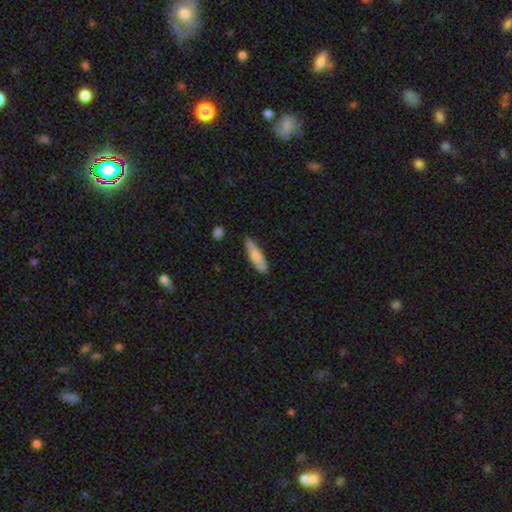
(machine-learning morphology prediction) This is likely a smooth galaxy (71%). How rounded: likely cigar-shaped (70%). Merging: clearly none (81%).